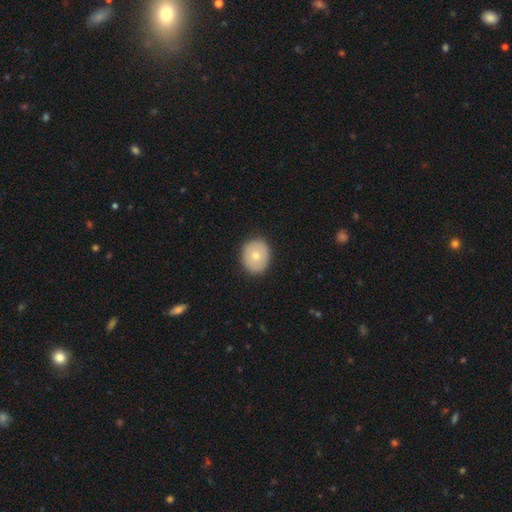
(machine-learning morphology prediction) Smooth or featured? Predicted: smooth (p=0.71). How rounded? Predicted: round (p=0.68). Merging? Predicted: none (p=0.88).